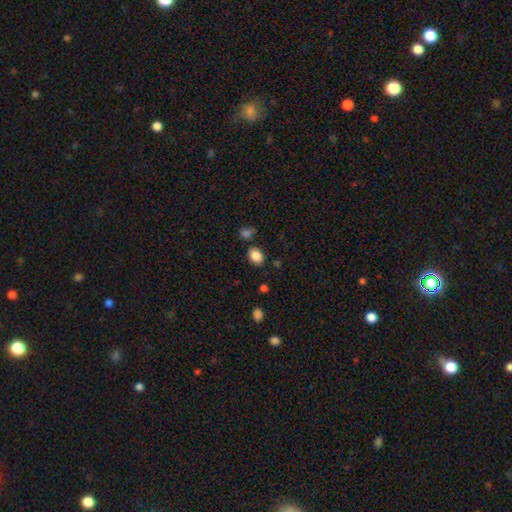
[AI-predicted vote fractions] Smooth or featured? Predicted: smooth (p=0.86). How rounded? Predicted: in between (p=0.62). Merging? Predicted: none (p=0.80).